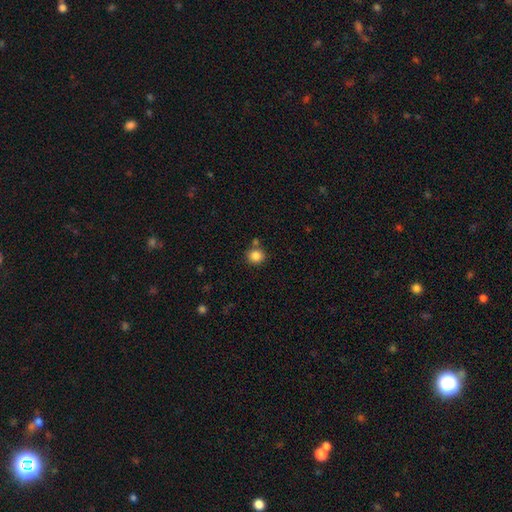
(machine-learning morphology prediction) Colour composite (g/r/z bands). It shows a smooth galaxy with no disk features (85%) that is round (87%). Merging: none (77%).